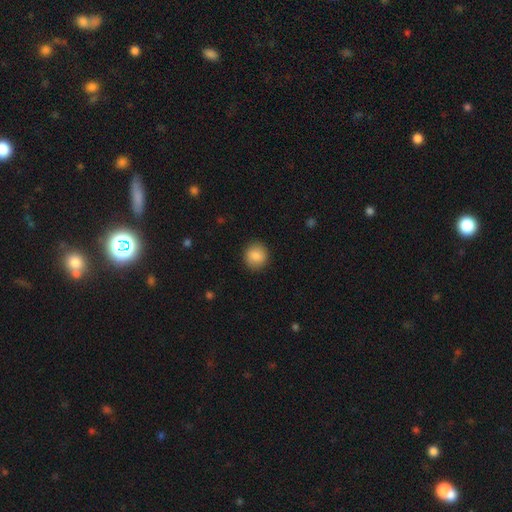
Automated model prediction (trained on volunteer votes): Morphology: type=smooth (87%); roundness=round (86%); merging=none (89%).